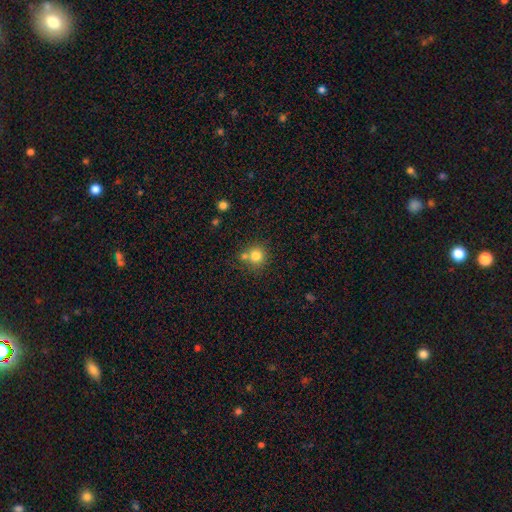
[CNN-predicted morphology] smooth 79%, star or artifact 13%, featured or disk 9%. Down the decision tree: how rounded — round (91%); merging — none (61%).